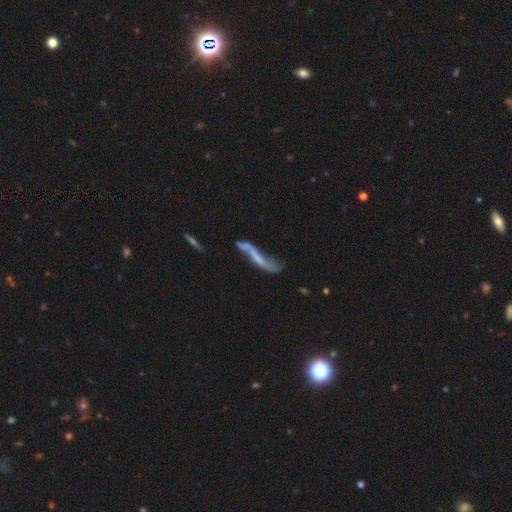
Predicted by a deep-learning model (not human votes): This appears to be a featured or disk galaxy (59%). Merging: none (35%).